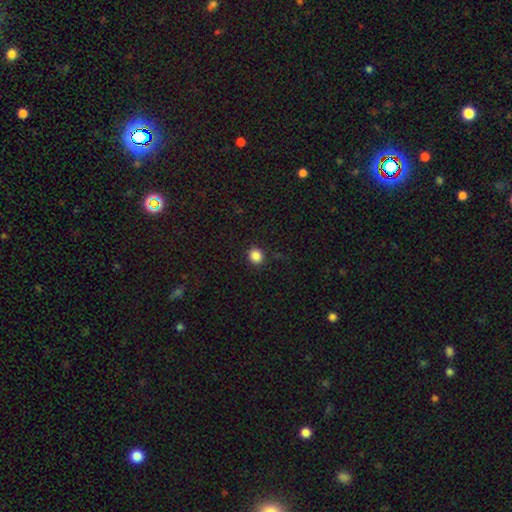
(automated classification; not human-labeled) A smooth galaxy with no disk features (87%) that is round (83%).

Vote fractions:
- Smooth or featured? smooth: 87% / star or artifact: 10% / featured or disk: 3%
- How rounded? round: 83% / in between: 16% / cigar-shaped: 1%
- Merging? none: 89% / minor disturbance: 7% / major disturbance: 2% / merger: 1%